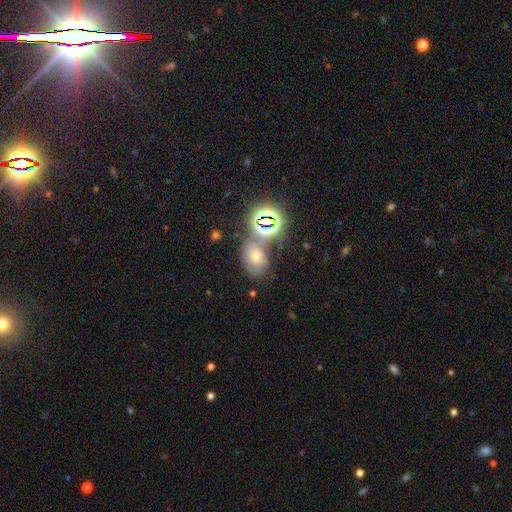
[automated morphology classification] This is marginally a star or artifact rather than a galaxy (39%).